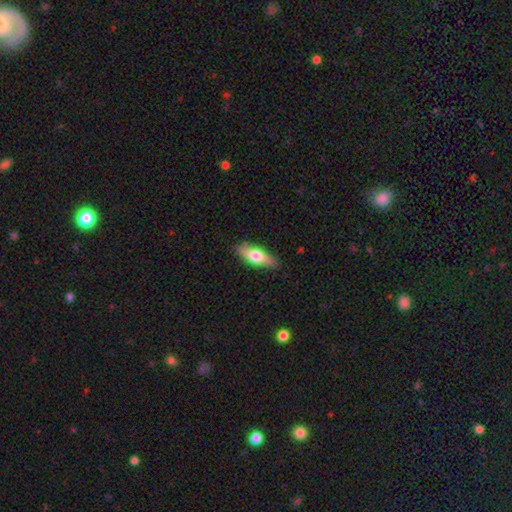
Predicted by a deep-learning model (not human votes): smooth 62%, featured or disk 32%, star or artifact 6%. Down the decision tree: how rounded — in between (63%); merging — none (85%).